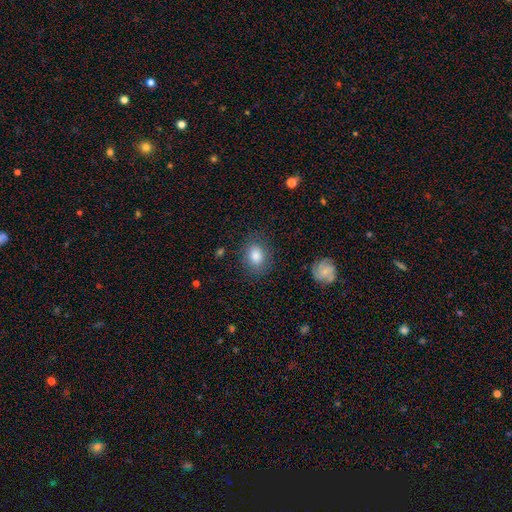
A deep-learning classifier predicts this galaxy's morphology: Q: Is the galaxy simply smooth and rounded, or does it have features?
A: smooth — 81%.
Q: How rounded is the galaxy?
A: in between — 54%.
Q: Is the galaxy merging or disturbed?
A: none — 80%.